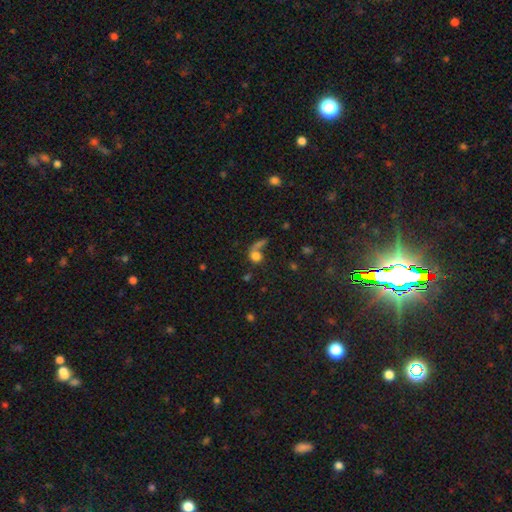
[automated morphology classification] This appears to be a smooth galaxy with no disk features (72%) that is round (70%). Merging: none (40%).